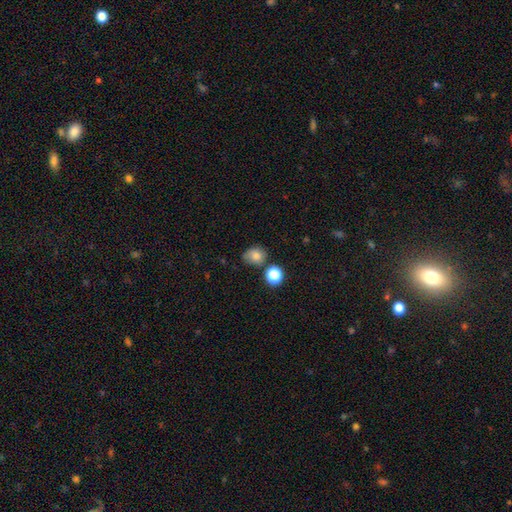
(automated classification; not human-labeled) Smooth or featured?
  - smooth: 78% *
  - star or artifact: 13%
  - featured or disk: 9%
How rounded?
  - round: 58% *
  - in between: 41%
  - cigar-shaped: 1%
Merging?
  - none: 61% *
  - minor disturbance: 23%
  - merger: 9%
  - major disturbance: 6%